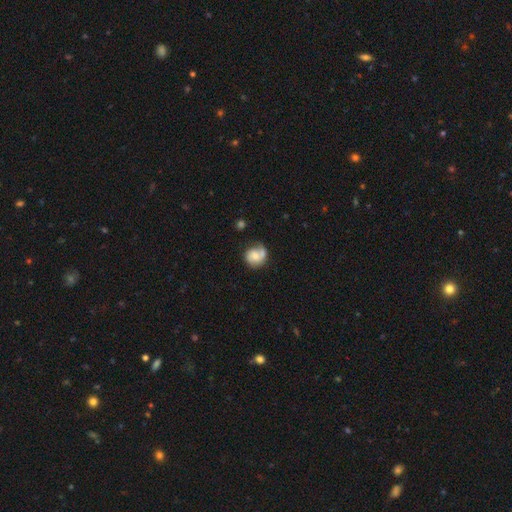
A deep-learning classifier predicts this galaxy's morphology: The model was most divided on "bulge size": moderate: 47%, small: 37%, none: 8%, large: 7%, dominant: 2%. More confident: edge-on disk — no (98%); spiral arms — yes (84%); bar — no (70%); merging — none (56%); smooth or featured — featured or disk (53%).